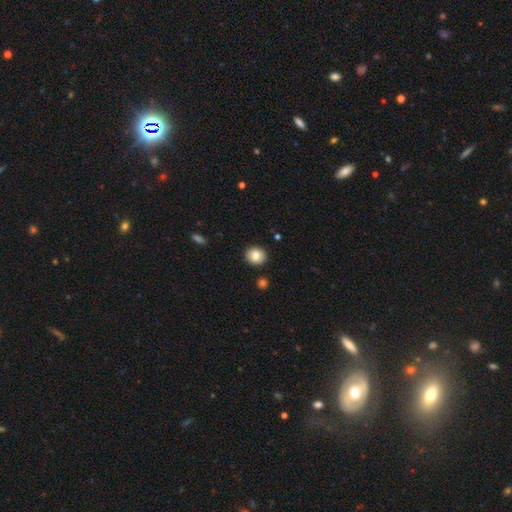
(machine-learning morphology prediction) Smooth or featured?
  - smooth: 84% *
  - star or artifact: 9%
  - featured or disk: 7%
How rounded?
  - round: 79% *
  - in between: 20%
  - cigar-shaped: 1%
Merging?
  - none: 90% *
  - minor disturbance: 6%
  - merger: 2%
  - major disturbance: 2%